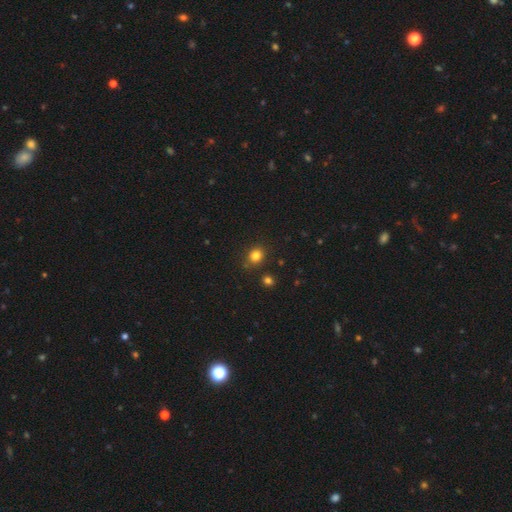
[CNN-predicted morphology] A smooth galaxy with no disk features (82%) that is round (67%). Merging: none (83%).